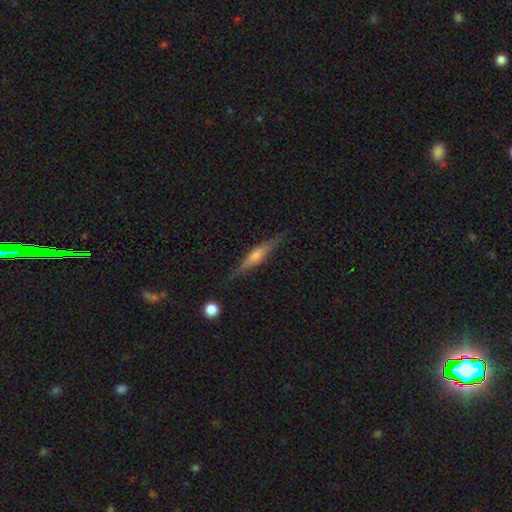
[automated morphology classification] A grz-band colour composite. It shows a featured or disk galaxy (62%) viewed edge-on (96%) with a rounded central bulge (74%). Merging: none (85%).